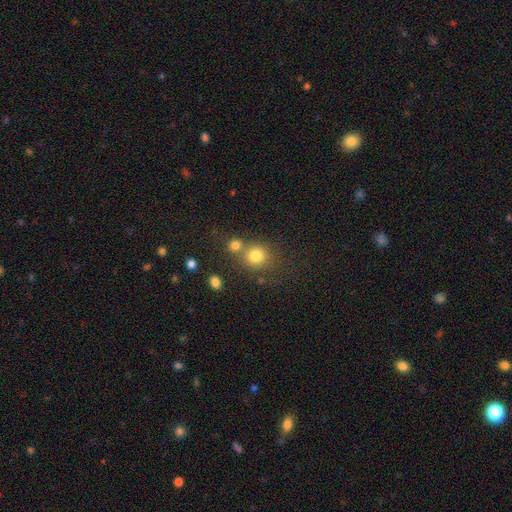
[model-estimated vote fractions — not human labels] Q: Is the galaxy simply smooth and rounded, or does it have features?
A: smooth — 79%.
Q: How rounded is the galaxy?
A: round — 86%.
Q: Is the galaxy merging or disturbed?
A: none — 57%.